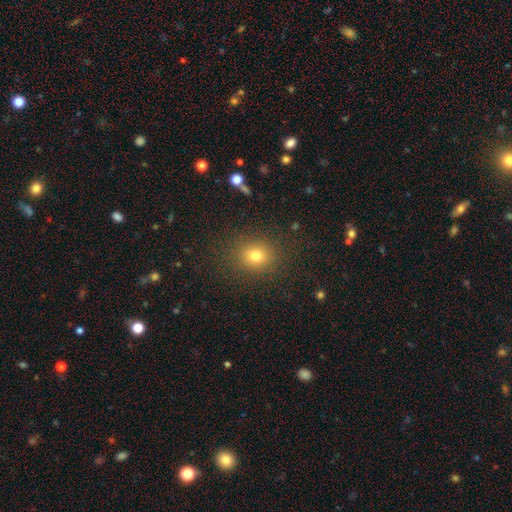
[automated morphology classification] smooth-or-featured: smooth: 76% | star or artifact: 16% | featured or disk: 8%
  how-rounded: round: 78% | in between: 21% | cigar-shaped: 1%
  merging: none: 87% | minor disturbance: 8% | major disturbance: 4% | merger: 1%